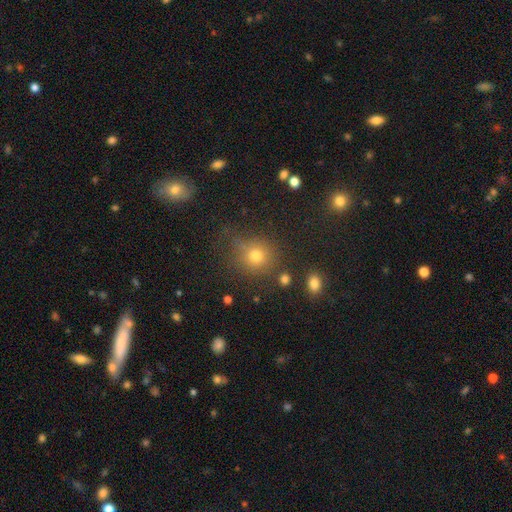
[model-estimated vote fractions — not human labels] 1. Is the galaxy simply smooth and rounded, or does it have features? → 72% smooth, 19% star or artifact, 9% featured or disk.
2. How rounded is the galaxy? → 86% round, 13% in between, 1% cigar-shaped.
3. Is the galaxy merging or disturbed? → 73% none, 15% minor disturbance, 7% major disturbance, 5% merger.